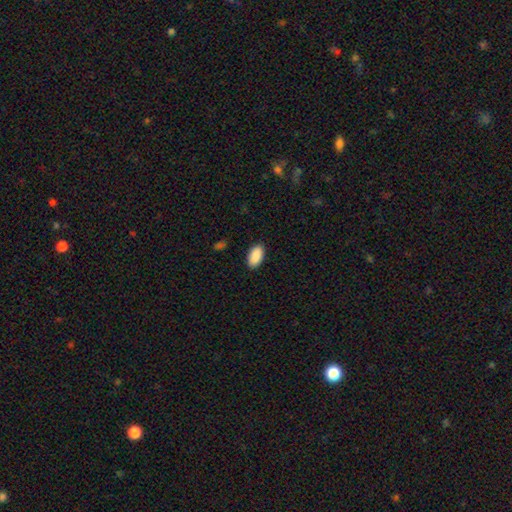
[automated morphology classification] The model was most divided on "merging": none: 89%, minor disturbance: 8%, major disturbance: 2%, merger: 1%. More confident: how rounded — in between (95%); smooth or featured — smooth (91%).